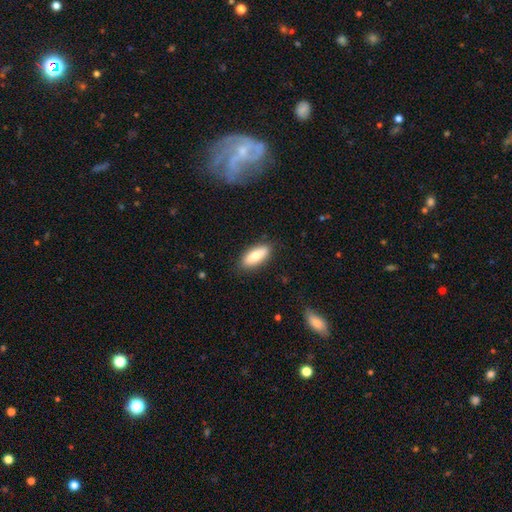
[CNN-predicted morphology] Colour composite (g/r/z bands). It shows a smooth galaxy with no disk features (77%) that is in between round and cigar-shaped (71%). Merging: none (86%).